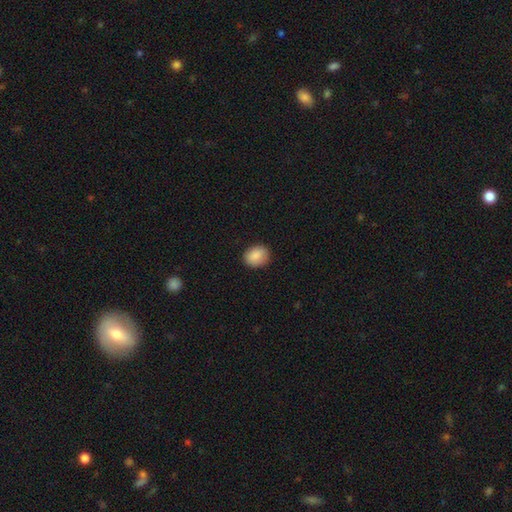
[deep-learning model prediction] This is clearly a smooth galaxy (89%). How rounded: possibly in between (52%). Merging: clearly none (86%).